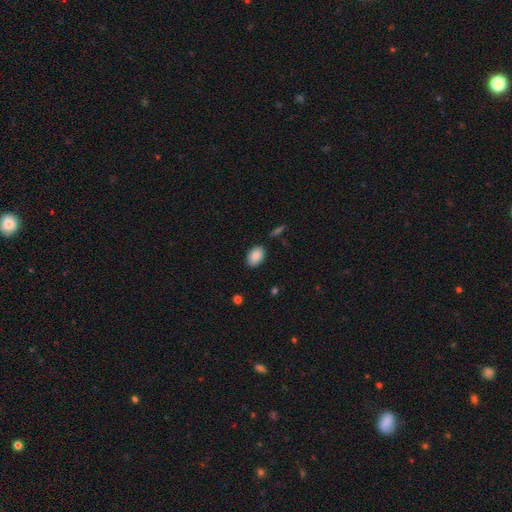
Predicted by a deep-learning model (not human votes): Smooth or featured: smooth — 88% (star or artifact — 7%)
How rounded: in between — 88% (round — 11%)
Merging: none — 86% (minor disturbance — 10%)